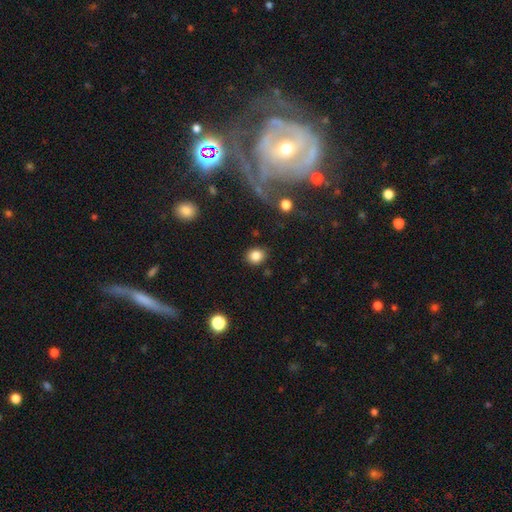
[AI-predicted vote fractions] Smooth or featured?
  - smooth: 84% *
  - star or artifact: 11%
  - featured or disk: 5%
How rounded?
  - round: 71% *
  - in between: 28%
  - cigar-shaped: 1%
Merging?
  - none: 86% *
  - minor disturbance: 9%
  - major disturbance: 3%
  - merger: 2%